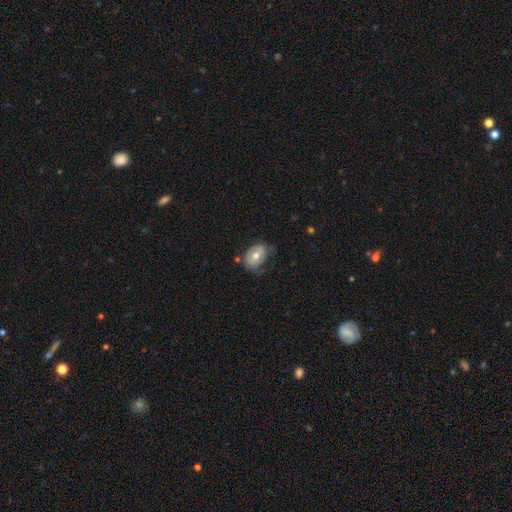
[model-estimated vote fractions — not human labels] smooth-or-featured: smooth: 58% | featured or disk: 35% | star or artifact: 7%
  how-rounded: in between: 78% | round: 21% | cigar-shaped: 1%
  merging: none: 50% | minor disturbance: 34% | major disturbance: 12% | merger: 3%